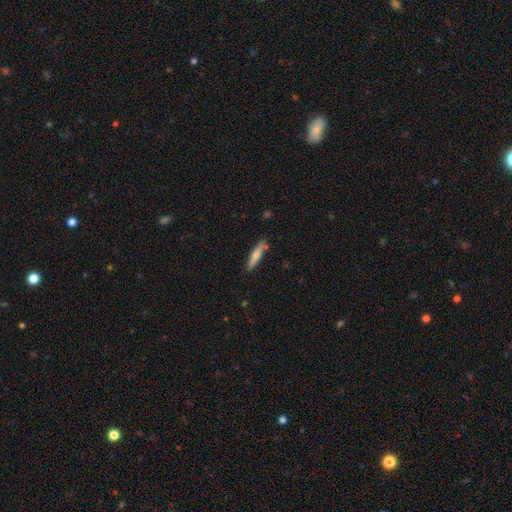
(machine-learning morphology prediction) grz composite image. It shows a smooth galaxy with no disk features (62%) that is cigar-shaped (89%). Merging: none (85%).